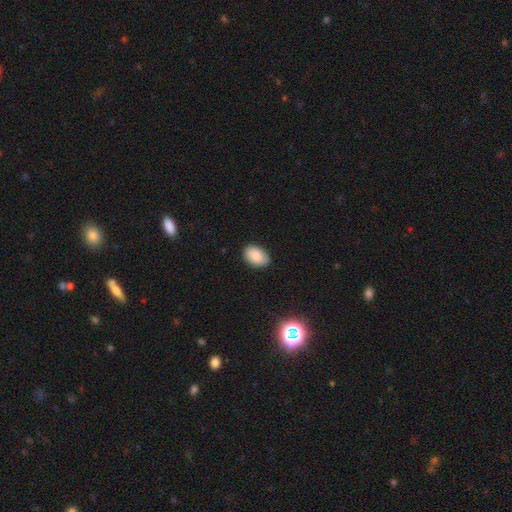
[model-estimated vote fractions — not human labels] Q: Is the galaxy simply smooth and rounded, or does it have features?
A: smooth — 86%.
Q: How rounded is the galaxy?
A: in between — 87%.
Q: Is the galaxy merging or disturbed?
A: none — 84%.